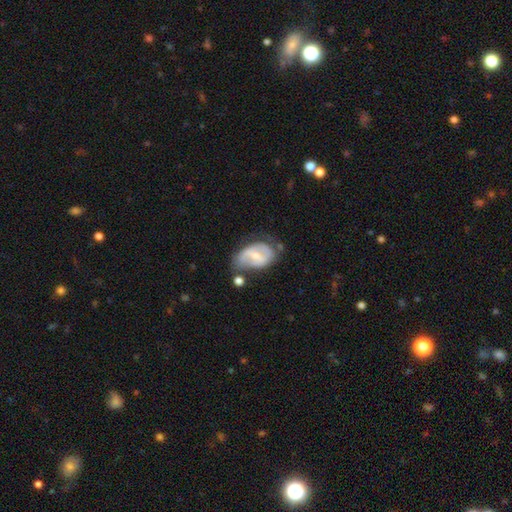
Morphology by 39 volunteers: smooth-or-featured: featured or disk: 64% | smooth: 33% | star or artifact: 3%
  disk-edge-on: no: 96% | yes: 4%
    bar: weak: 42% | strong: 33% | no: 25%
    has-spiral-arms: no: 58% | yes: 42%
    bulge-size: small: 42% | moderate: 38% | none: 12% | large: 8% | dominant: 0%
  merging: none: 45% | minor disturbance: 24% | major disturbance: 24% | merger: 8%